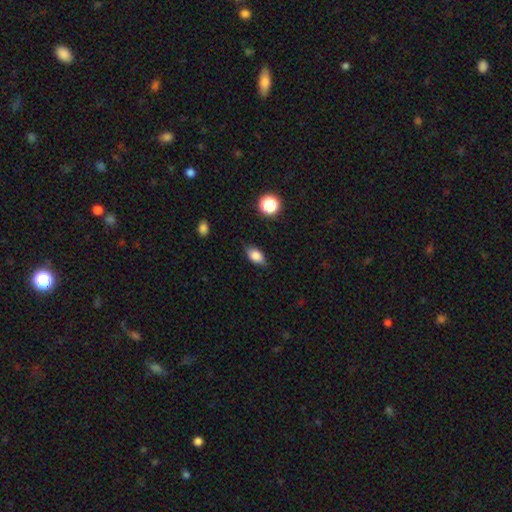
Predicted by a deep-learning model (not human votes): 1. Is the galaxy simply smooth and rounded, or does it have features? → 82% smooth, 9% featured or disk, 9% star or artifact.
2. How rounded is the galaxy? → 85% in between, 11% round, 4% cigar-shaped.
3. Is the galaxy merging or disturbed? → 82% none, 14% minor disturbance, 3% major disturbance, 1% merger.